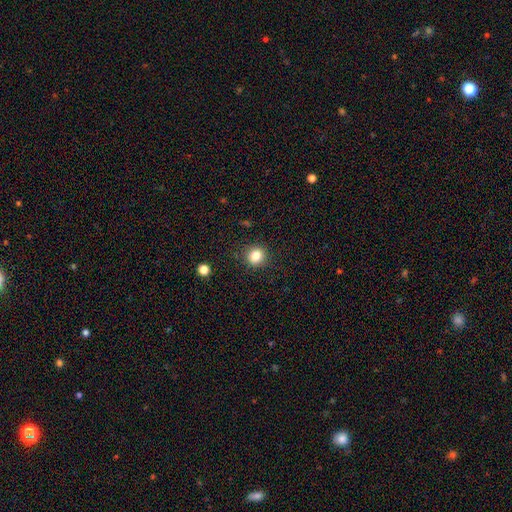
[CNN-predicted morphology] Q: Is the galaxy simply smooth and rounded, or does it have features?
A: smooth — 82%.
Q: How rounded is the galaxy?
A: round — 86%.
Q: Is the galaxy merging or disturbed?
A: none — 89%.